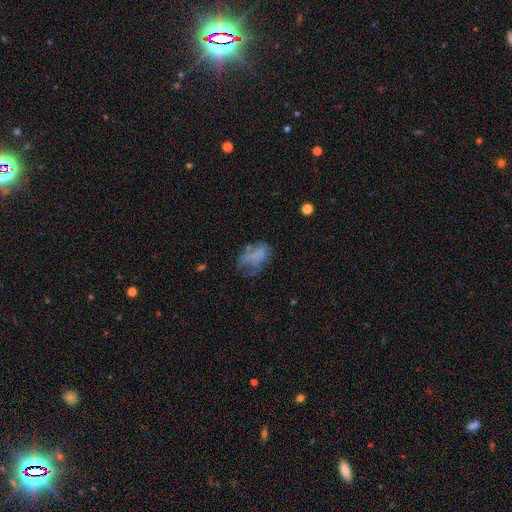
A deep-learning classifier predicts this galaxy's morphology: This is possibly a smooth galaxy (51%). How rounded: clearly in between (83%). Merging: marginally major disturbance (36%).